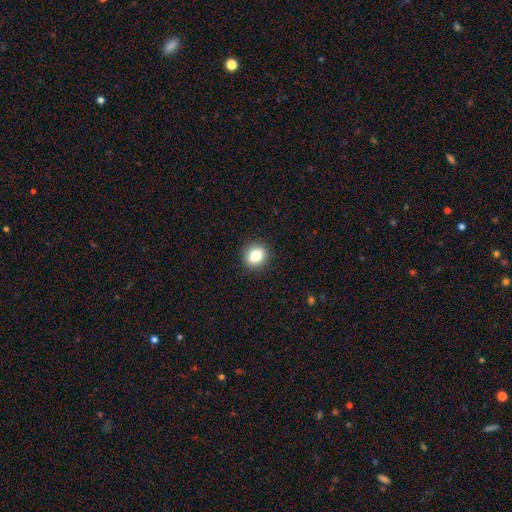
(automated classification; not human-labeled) A smooth galaxy with no disk features (82%) that is round (81%). Merging: none (92%).